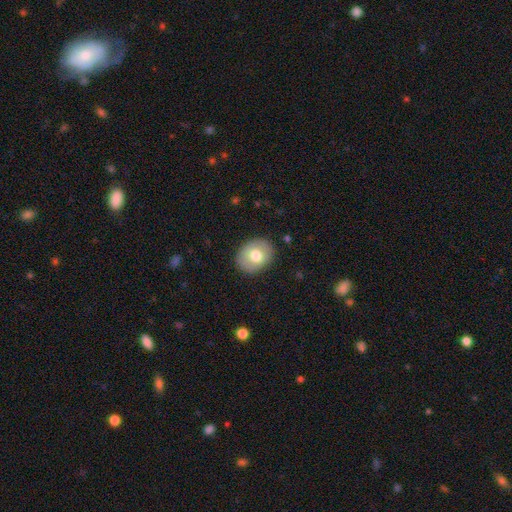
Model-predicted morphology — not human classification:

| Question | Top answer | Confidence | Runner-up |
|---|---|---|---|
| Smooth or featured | smooth | 71% | featured or disk (22%) |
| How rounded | in between | 56% | round (43%) |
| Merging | none | 86% | minor disturbance (10%) |